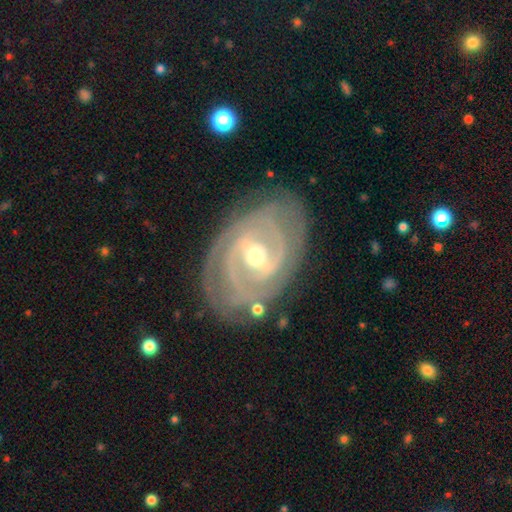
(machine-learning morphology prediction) The model was most divided on "bar": weak: 44%, strong: 36%, no: 20%. Remaining: spiral arms — yes (97%); edge-on disk — no (96%); smooth or featured — featured or disk (90%); merging — none (78%); spiral winding — tight (73%); bulge size — moderate (55%); spiral arm count — 2 (43%).